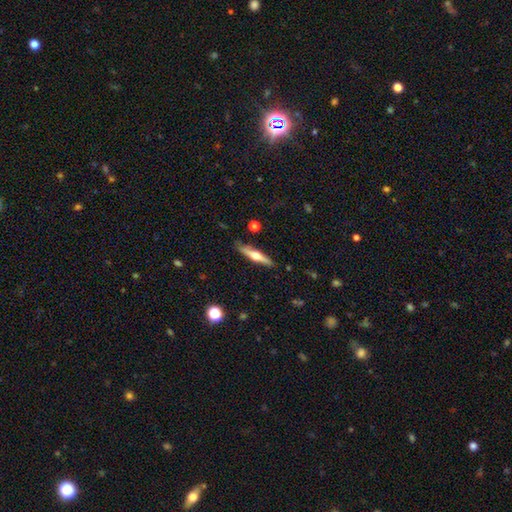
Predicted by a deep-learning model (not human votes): Smooth or featured? featured or disk (58%)
Edge-on disk? yes (96%)
Edge-on bulge? rounded (92%)
Merging? none (88%)